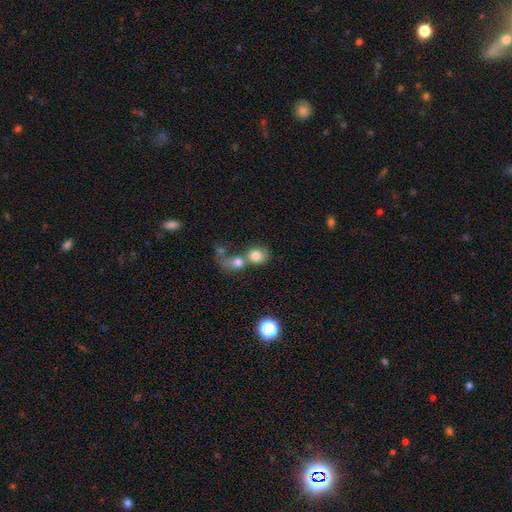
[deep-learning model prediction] The model was most divided on "how rounded": round: 68%, in between: 30%, cigar-shaped: 1%. More confident: smooth or featured — smooth (75%); merging — merger (65%).